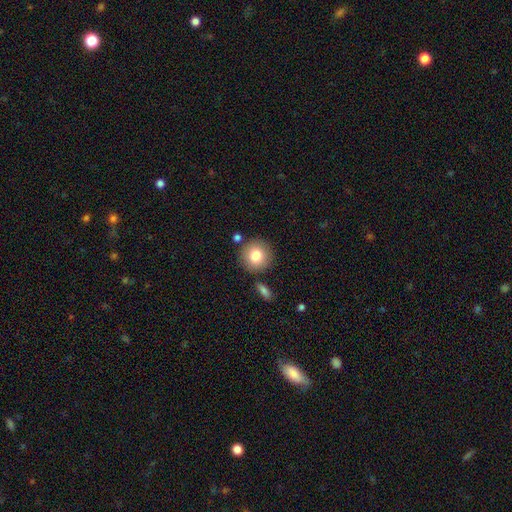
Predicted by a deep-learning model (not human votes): This appears to be a smooth galaxy with no disk features (81%) that is round (93%). Merging: none (82%).